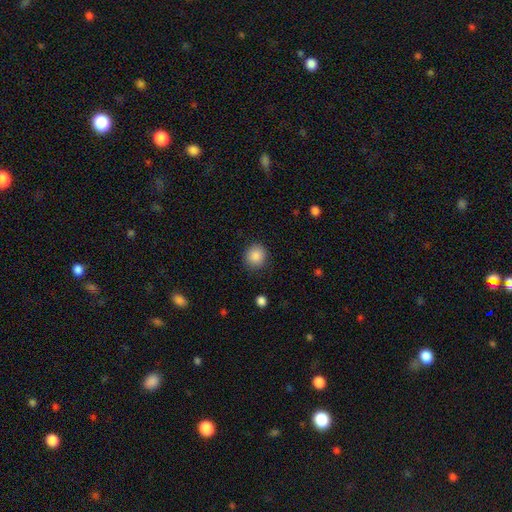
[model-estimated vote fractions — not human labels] Smooth or featured? Predicted: smooth (p=0.88). How rounded? Predicted: round (p=0.88). Merging? Predicted: none (p=0.88).